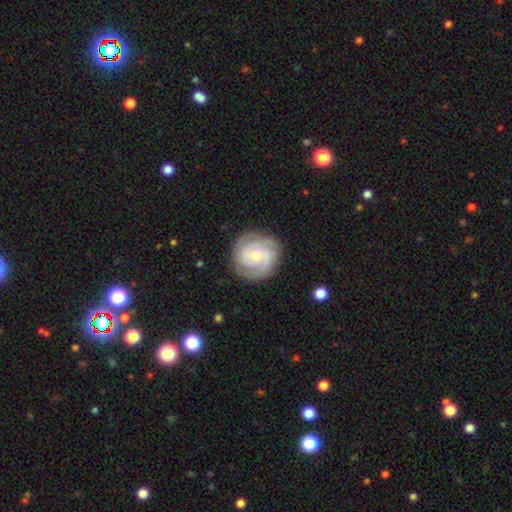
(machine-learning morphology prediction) type=featured or disk (85%); edge-on=no (98%); bar=no (59%); spiral arms=yes (97%); winding=tight (64%); arm count=2 (41%); bulge=small (49%); merging=none (83%).